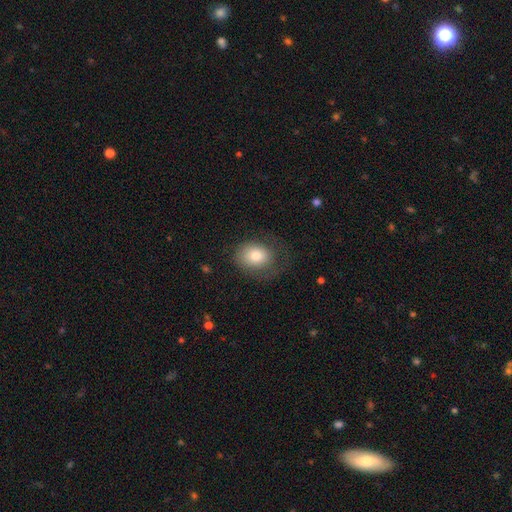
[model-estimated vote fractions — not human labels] smooth 75%, featured or disk 17%, star or artifact 8%. Down the decision tree: how rounded — in between (54%); merging — none (58%).